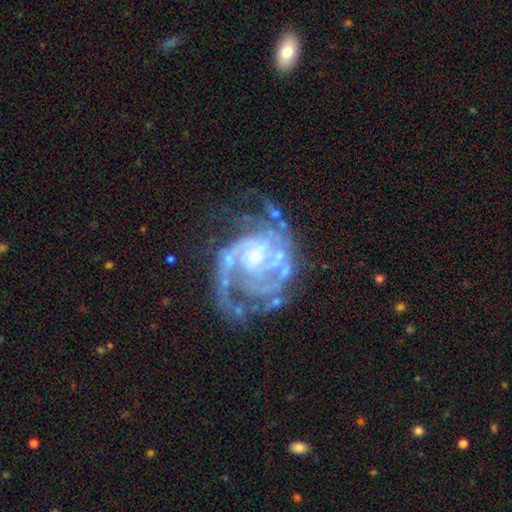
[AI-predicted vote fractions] featured or disk 90%, star or artifact 6%, smooth 4%. Down the decision tree: edge-on disk — no (98%); bar — no (57%); spiral arms — yes (95%); spiral arm count — 2 (45%); spiral winding — tight (48%); bulge size — small (53%); merging — none (50%).